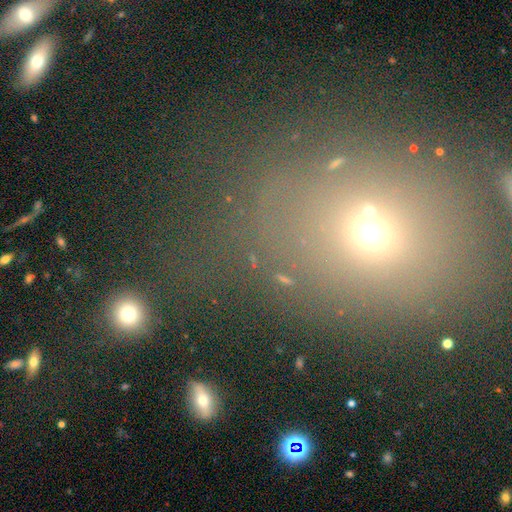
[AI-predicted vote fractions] Smooth or featured: smooth — 55% (star or artifact — 32%)
How rounded: round — 59% (in between — 37%)
Merging: none — 65% (minor disturbance — 14%)